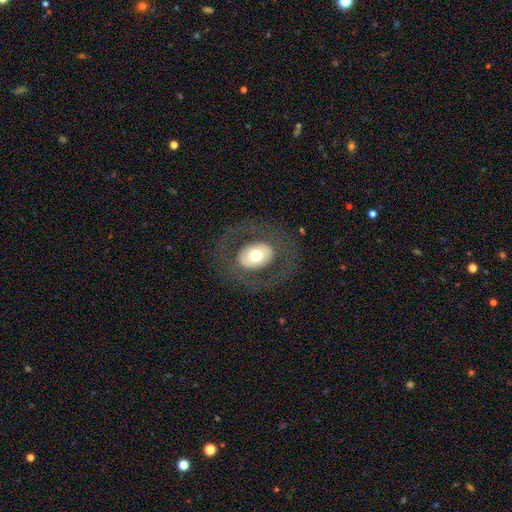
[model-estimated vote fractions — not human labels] Overall: featured or disk (47%; smooth 46%). Merging: none (77%).